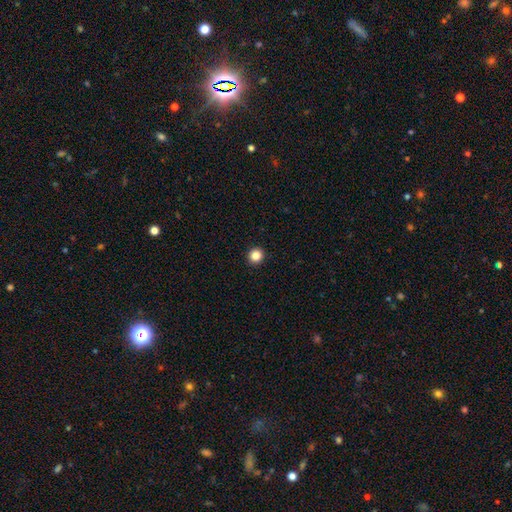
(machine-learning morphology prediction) This appears to be a smooth galaxy with no disk features (85%) that is round (93%). Merging: none (94%).